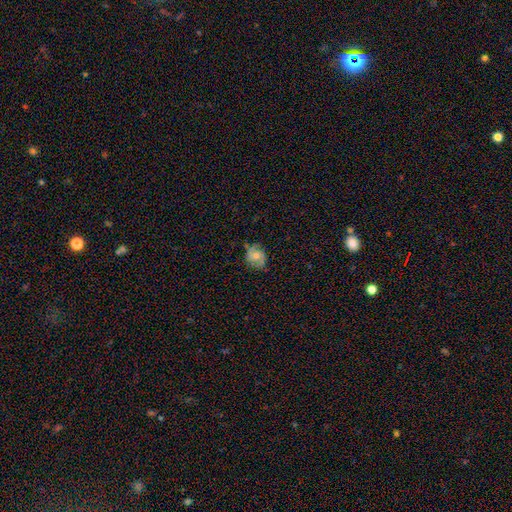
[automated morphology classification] Smooth or featured?
  - featured or disk: 61% *
  - smooth: 30%
  - star or artifact: 9%
Edge-on disk?
  - no: 97% *
  - yes: 3%
Bar?
  - no: 61% *
  - weak: 32%
  - strong: 7%
Spiral arms?
  - yes: 88% *
  - no: 12%
Spiral winding?
  - medium: 44% *
  - tight: 41%
  - loose: 16%
Spiral arm count?
  - 2: 74% *
  - can't tell: 13%
  - 3: 6%
  - 1: 4%
  - 4: 2%
  - more than 4: 2%
Bulge size?
  - moderate: 62% *
  - small: 30%
  - large: 5%
  - none: 3%
  - dominant: 1%
Merging?
  - none: 74% *
  - minor disturbance: 19%
  - major disturbance: 6%
  - merger: 1%